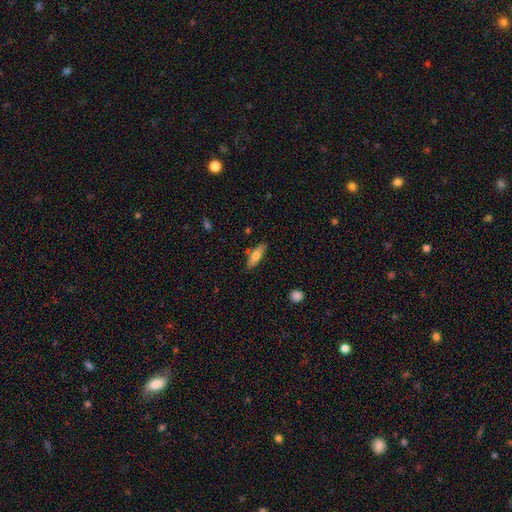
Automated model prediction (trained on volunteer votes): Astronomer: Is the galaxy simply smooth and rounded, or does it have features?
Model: smooth — 72%.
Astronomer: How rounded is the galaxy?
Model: in between — 60% (runner-up: cigar-shaped, 38%).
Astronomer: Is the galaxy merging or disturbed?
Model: none — 81%.